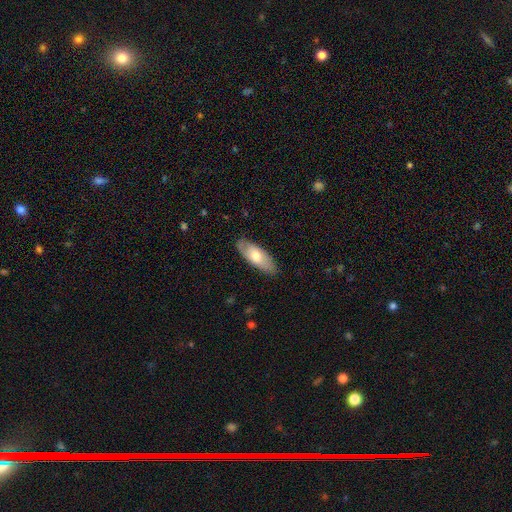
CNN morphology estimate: A smooth galaxy with no disk features (64%) that is in between round and cigar-shaped (75%). Merging: none (82%).